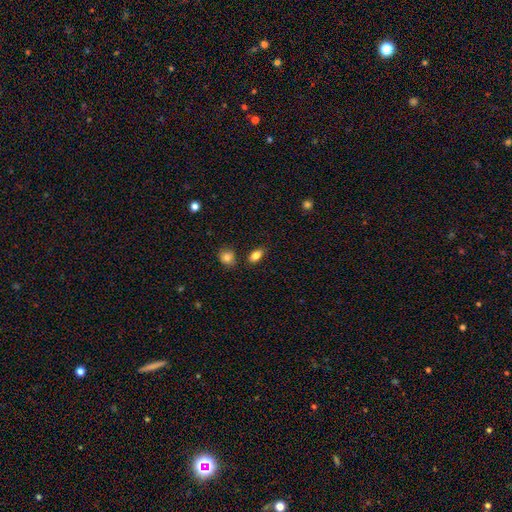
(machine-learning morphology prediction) Q: Smooth or featured?
A: smooth (84%); runner-up: star or artifact (9%)
Q: How rounded?
A: in between (86%); runner-up: round (9%)
Q: Merging?
A: none (80%); runner-up: minor disturbance (12%)